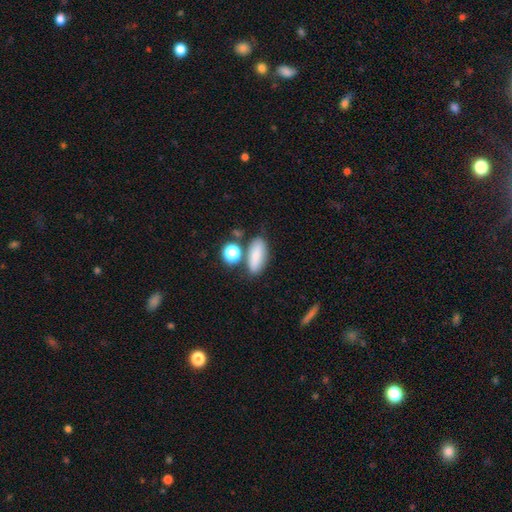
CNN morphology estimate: The model was most divided on "merging": none: 67%, minor disturbance: 15%, merger: 13%, major disturbance: 5%. More confident: smooth or featured — smooth (78%); how rounded — in between (77%).